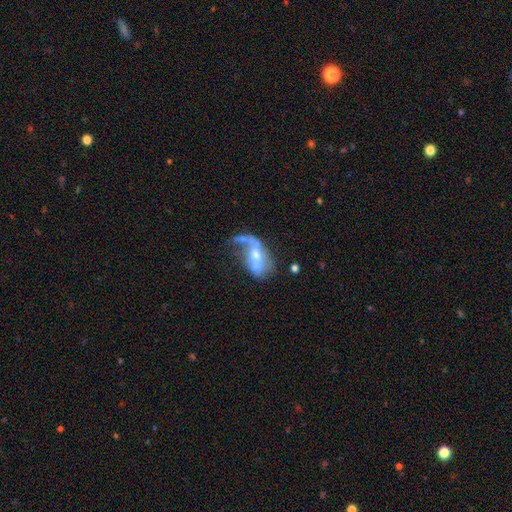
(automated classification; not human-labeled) This is likely a featured or disk galaxy (68%). It is clearly not viewed edge-on (93%). Bar: marginally no (41%). Spiral arm pattern: likely yes (65%). Central bulge: likely moderate (61%). Merging: marginally major disturbance (39%).